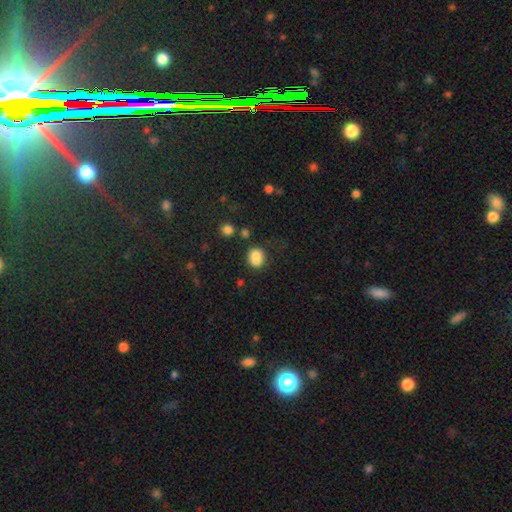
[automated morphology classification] smooth_or_featured: smooth (p=0.78) [alt: featured or disk p=0.11]
how_rounded: round (p=0.66) [alt: in between p=0.34]
merging: none (p=0.46) [alt: merger p=0.32]